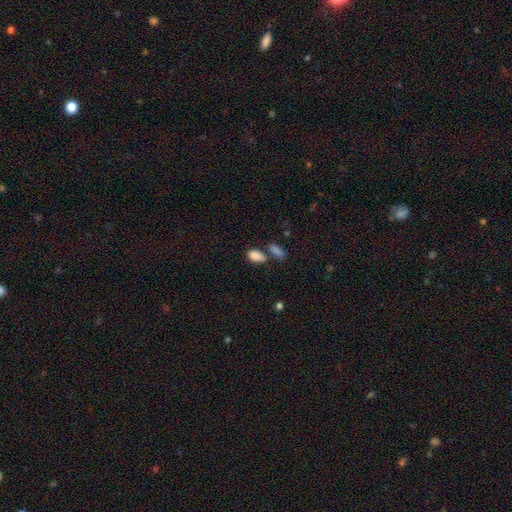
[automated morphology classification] smooth-or-featured: smooth: 86% | star or artifact: 9% | featured or disk: 5%
  how-rounded: in between: 91% | round: 6% | cigar-shaped: 3%
  merging: none: 52% | merger: 28% | minor disturbance: 15% | major disturbance: 6%